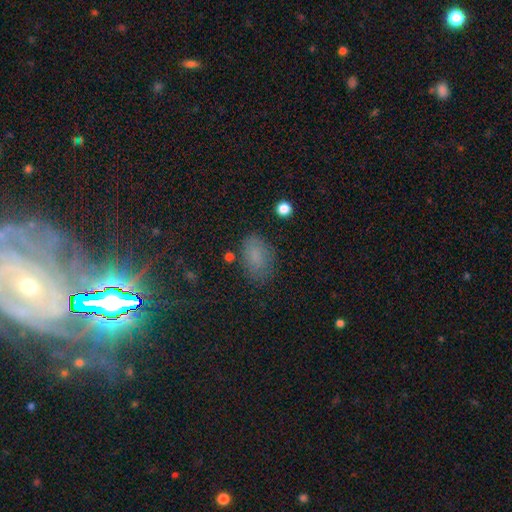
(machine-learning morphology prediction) Smooth or featured? smooth (75%)
How rounded? in between (88%)
Merging? none (76%)